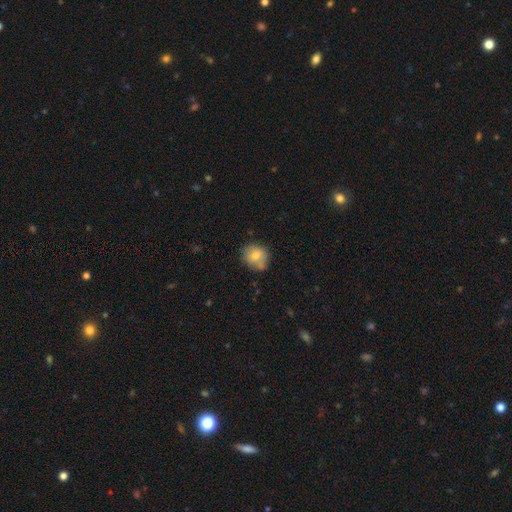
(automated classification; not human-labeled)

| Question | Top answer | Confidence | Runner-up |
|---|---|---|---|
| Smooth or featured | smooth | 73% | featured or disk (19%) |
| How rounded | round | 75% | in between (24%) |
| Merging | none | 65% | minor disturbance (21%) |